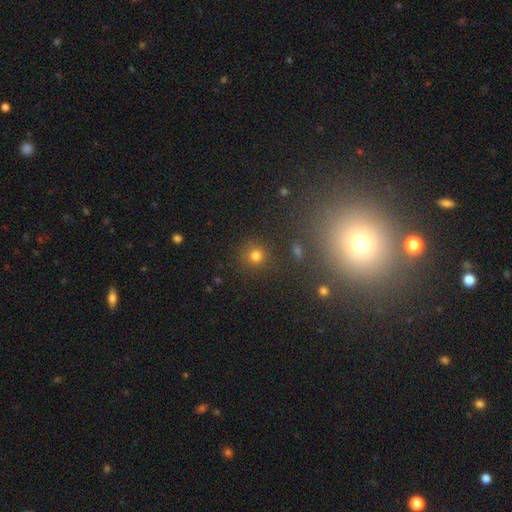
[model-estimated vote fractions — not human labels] A smooth galaxy with no disk features (76%) that is round (93%). Merging: none (84%).